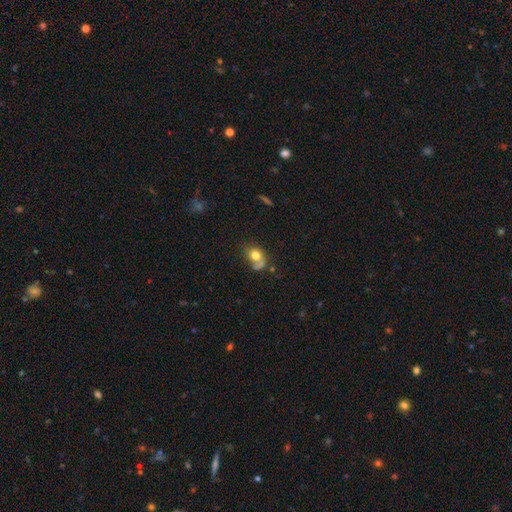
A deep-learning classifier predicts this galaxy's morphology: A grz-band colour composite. It shows a smooth galaxy with no disk features (71%) that is round (49%, tied with in between). Merging: none (38%).